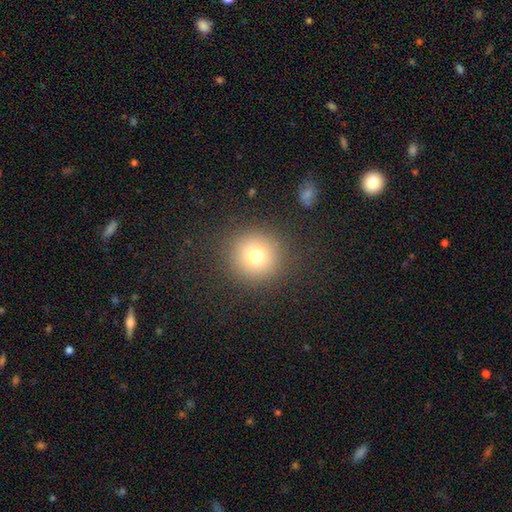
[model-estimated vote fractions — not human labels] smooth 73%, star or artifact 15%, featured or disk 11%. Down the decision tree: how rounded — round (94%); merging — none (89%).